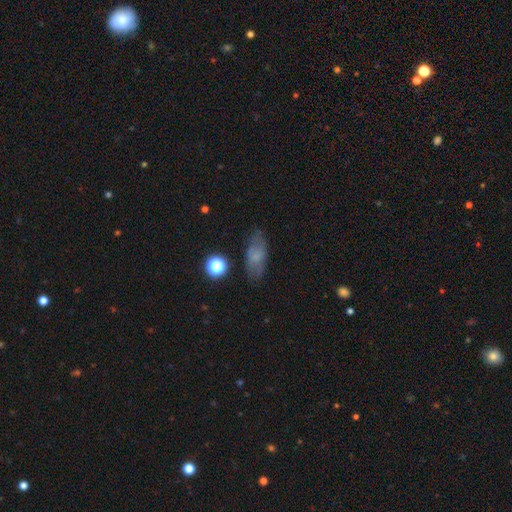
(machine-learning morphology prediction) This is likely a smooth galaxy (65%). How rounded: clearly in between (81%). Merging: likely none (74%).